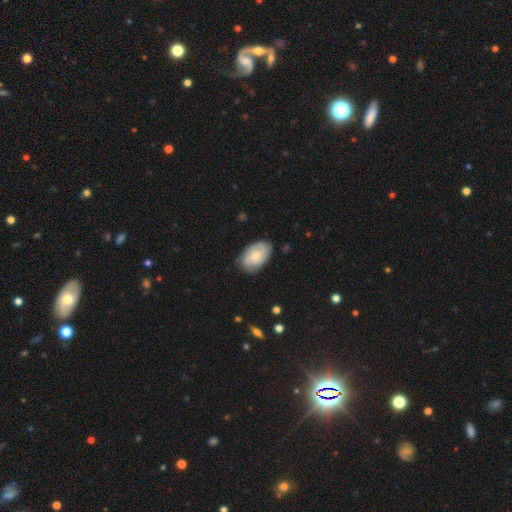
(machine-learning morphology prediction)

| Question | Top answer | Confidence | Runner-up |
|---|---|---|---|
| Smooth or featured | featured or disk | 51% | smooth (43%) |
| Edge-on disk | no | 96% | yes (4%) |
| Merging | none | 77% | minor disturbance (18%) |